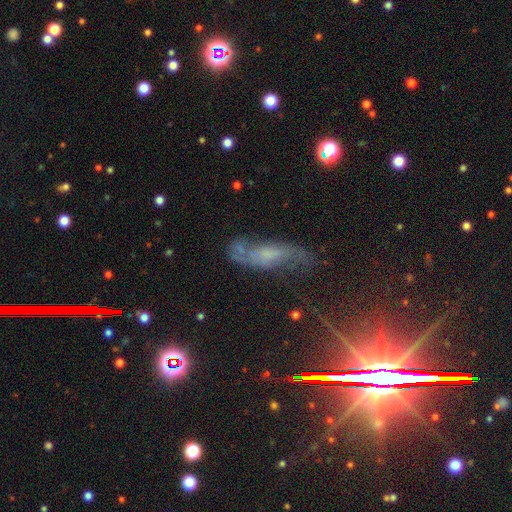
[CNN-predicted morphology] A featured or disk galaxy (58%).

Vote fractions:
- Smooth or featured? featured or disk: 58% / smooth: 23% / star or artifact: 19%
- Edge-on disk? no: 78% / yes: 22%
- Merging? none: 55% / minor disturbance: 23% / major disturbance: 16% / merger: 6%